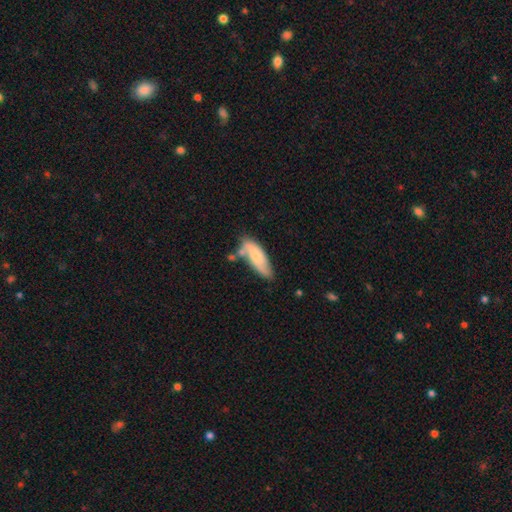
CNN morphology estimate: Smooth or featured: smooth — 63% (featured or disk — 31%)
How rounded: in between — 65% (cigar-shaped — 33%)
Merging: none — 47% (minor disturbance — 29%)